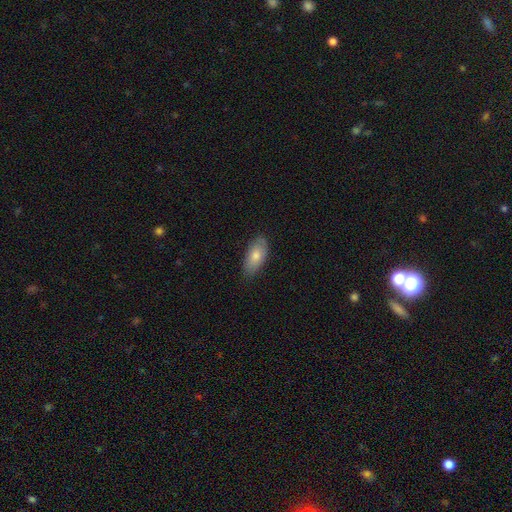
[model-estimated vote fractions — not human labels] This appears to be a smooth galaxy with no disk features (75%) that is in between round and cigar-shaped (90%). Merging: none (81%).